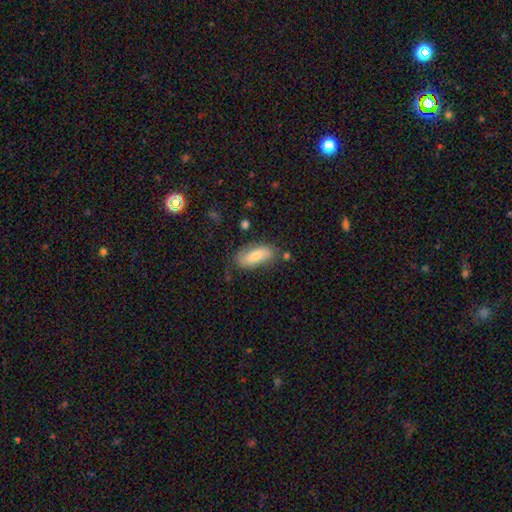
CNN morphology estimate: smooth-or-featured: smooth: 74% | featured or disk: 19% | star or artifact: 7%
  how-rounded: in between: 76% | cigar-shaped: 22% | round: 2%
  merging: none: 75% | minor disturbance: 18% | major disturbance: 4% | merger: 3%